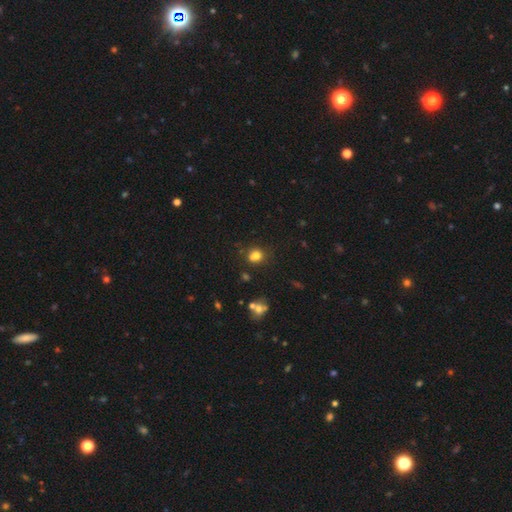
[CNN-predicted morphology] smooth 78%, star or artifact 15%, featured or disk 8%. Down the decision tree: how rounded — round (67%); merging — none (68%).